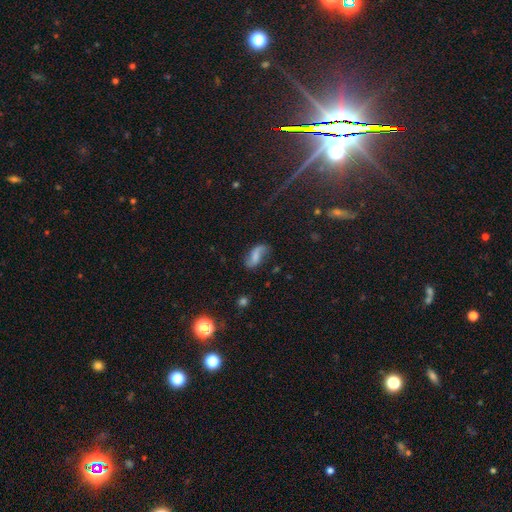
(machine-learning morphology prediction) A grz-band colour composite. It shows a featured or disk galaxy (50%). Merging: none (62%).